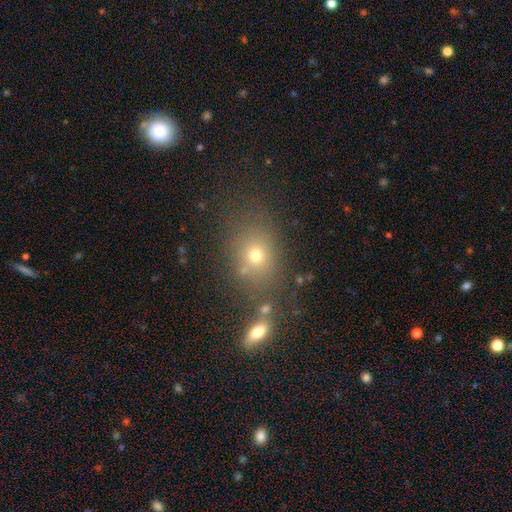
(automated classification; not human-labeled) Morphology: type=smooth (67%); roundness=in between (52%); merging=none (67%).